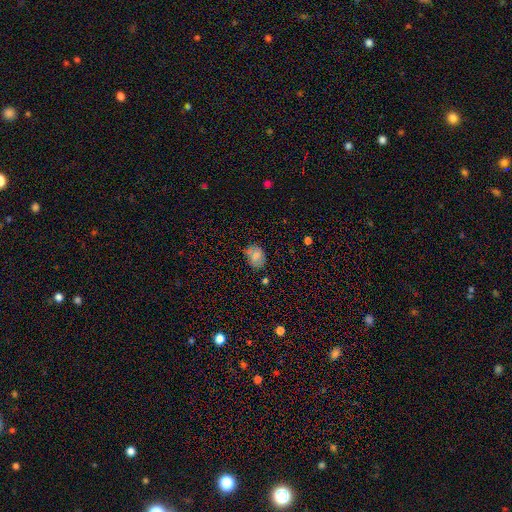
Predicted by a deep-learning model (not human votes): Q: Smooth or featured?
A: smooth (73%); runner-up: featured or disk (15%)
Q: How rounded?
A: in between (70%); runner-up: round (28%)
Q: Merging?
A: none (72%); runner-up: minor disturbance (18%)